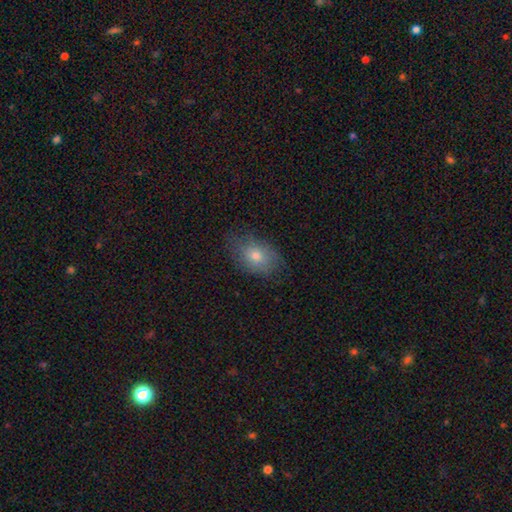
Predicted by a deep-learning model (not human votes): smooth_or_featured: smooth (p=0.74) [alt: featured or disk p=0.17]
how_rounded: in between (p=0.79) [alt: round p=0.20]
merging: none (p=0.71) [alt: minor disturbance p=0.22]